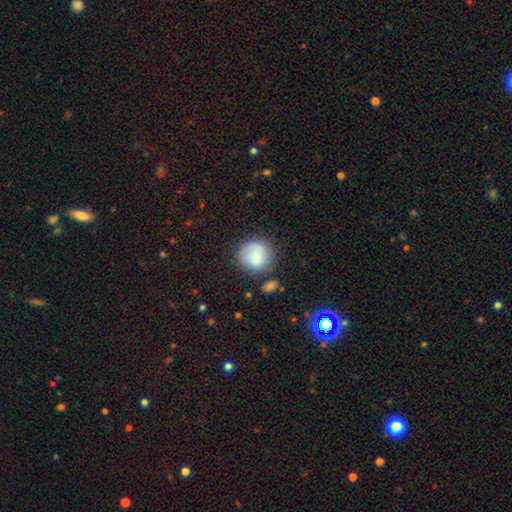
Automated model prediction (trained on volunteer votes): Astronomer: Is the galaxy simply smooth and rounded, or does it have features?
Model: smooth — 81%.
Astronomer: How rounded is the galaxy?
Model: round — 87%.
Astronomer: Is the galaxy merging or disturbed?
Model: none — 65%.